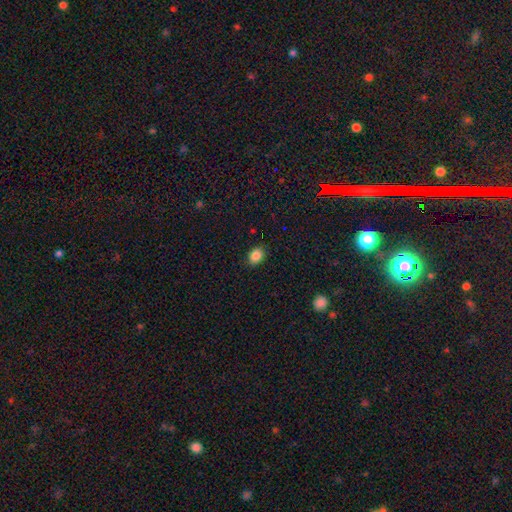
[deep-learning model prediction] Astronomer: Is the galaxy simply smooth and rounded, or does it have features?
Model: smooth — 86%.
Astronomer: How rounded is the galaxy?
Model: in between — 67%.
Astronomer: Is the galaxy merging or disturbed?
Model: none — 88%.